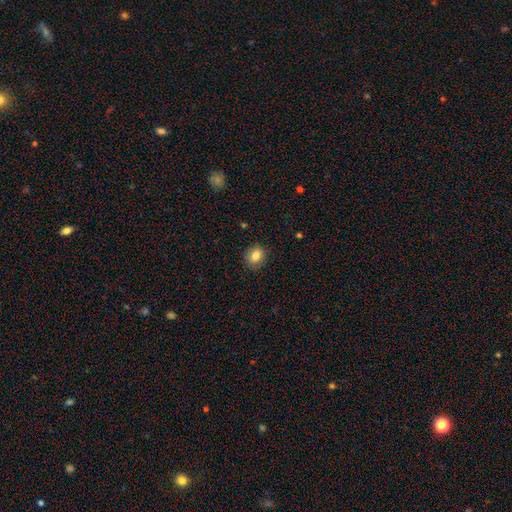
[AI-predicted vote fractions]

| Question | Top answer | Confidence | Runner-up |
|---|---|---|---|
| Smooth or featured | smooth | 84% | star or artifact (10%) |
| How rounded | in between | 51% | round (48%) |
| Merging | none | 87% | minor disturbance (10%) |